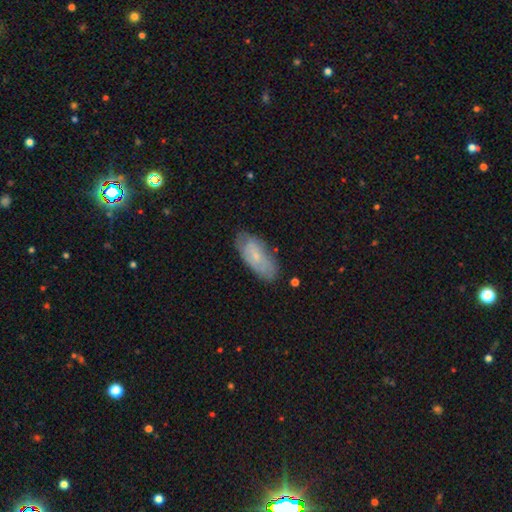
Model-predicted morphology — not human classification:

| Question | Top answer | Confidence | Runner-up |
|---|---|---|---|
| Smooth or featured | smooth | 50% | featured or disk (43%) |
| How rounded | in between | 86% | cigar-shaped (12%) |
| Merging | none | 72% | minor disturbance (22%) |